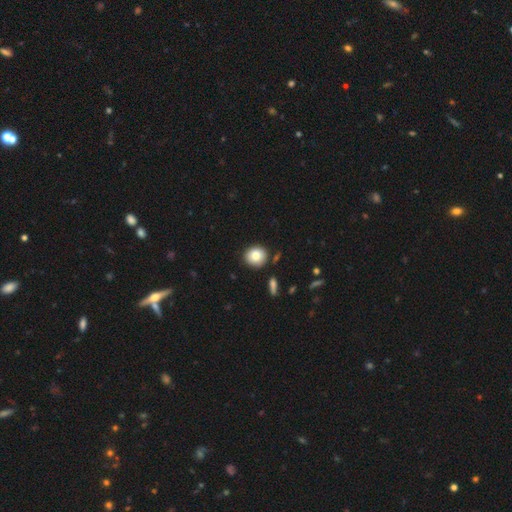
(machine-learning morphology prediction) This appears to be a smooth galaxy with no disk features (82%) that is round (85%). Merging: none (86%).